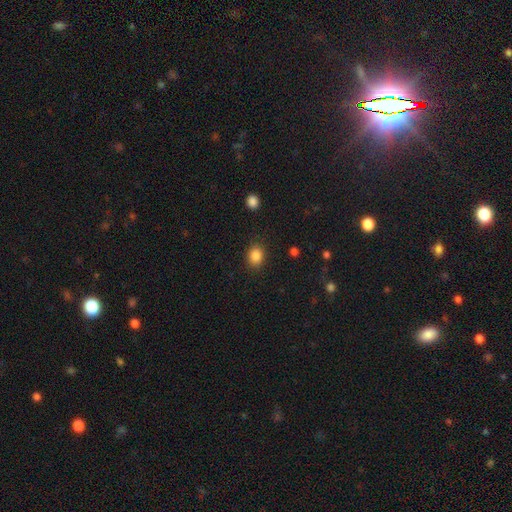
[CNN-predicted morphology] Smooth or featured? smooth (86%)
How rounded? round (54%)
Merging? none (87%)